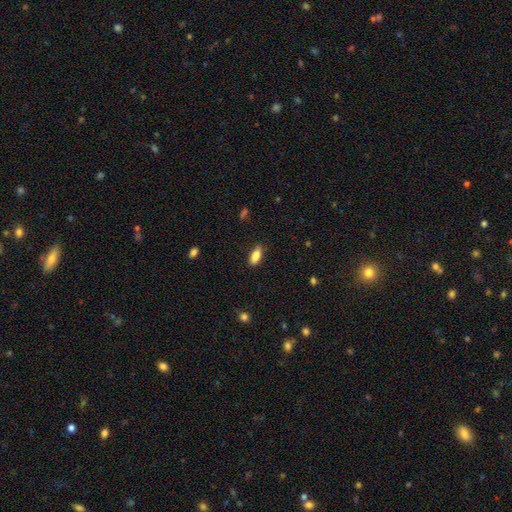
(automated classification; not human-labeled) smooth_or_featured: smooth (p=0.86) [alt: star or artifact p=0.07]
how_rounded: in between (p=0.80) [alt: cigar-shaped p=0.18]
merging: none (p=0.84) [alt: minor disturbance p=0.12]